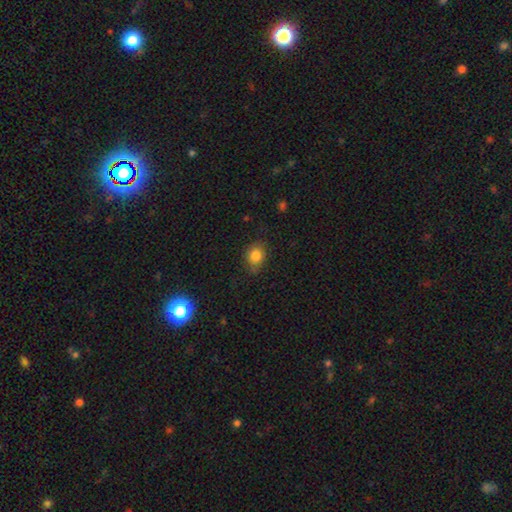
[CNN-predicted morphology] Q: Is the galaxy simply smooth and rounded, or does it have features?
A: smooth — 83%.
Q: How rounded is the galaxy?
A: round — 60%.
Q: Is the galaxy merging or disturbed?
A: none — 73%.